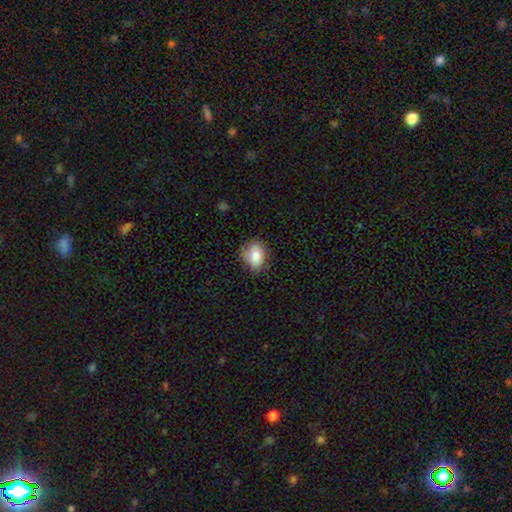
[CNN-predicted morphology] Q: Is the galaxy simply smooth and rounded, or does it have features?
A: smooth — 79%.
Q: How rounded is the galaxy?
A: in between — 66%.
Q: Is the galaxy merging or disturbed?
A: none — 67%.